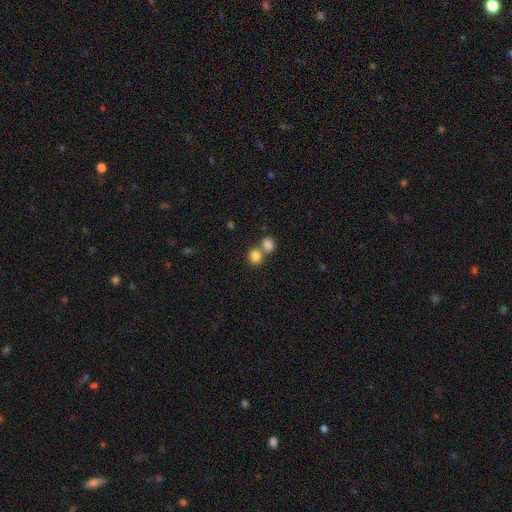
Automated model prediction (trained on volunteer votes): This appears to be a smooth galaxy with no disk features (83%) that is round (73%). Merging: merger (48%).